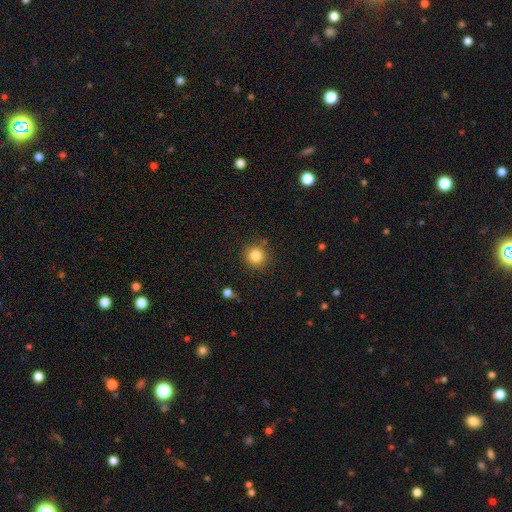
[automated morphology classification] This appears to be a smooth galaxy with no disk features (84%) that is round (93%). Merging: none (86%).